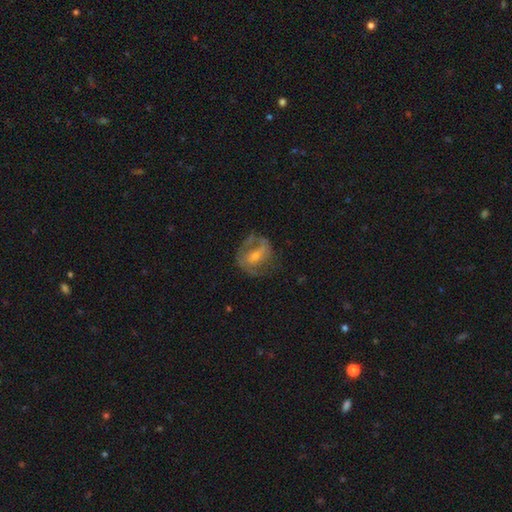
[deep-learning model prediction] The model was most divided on "bar": weak: 40%, no: 38%, strong: 22%. More confident: edge-on disk — no (96%); spiral arms — yes (70%); smooth or featured — featured or disk (69%); merging — none (54%); bulge size — small (51%).